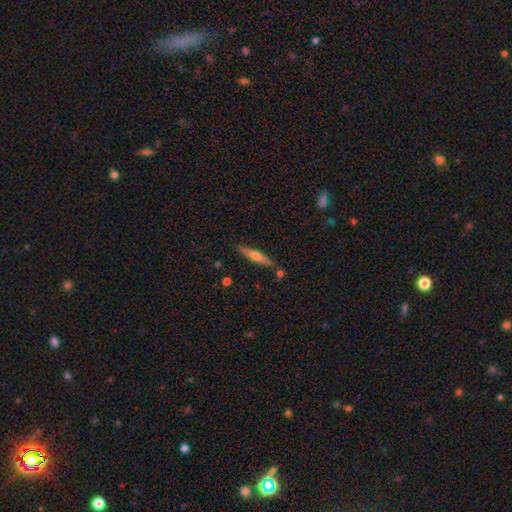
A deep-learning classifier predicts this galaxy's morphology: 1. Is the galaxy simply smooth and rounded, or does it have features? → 48% smooth, 46% featured or disk, 6% star or artifact.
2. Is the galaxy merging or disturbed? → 85% none, 10% minor disturbance, 4% merger, 2% major disturbance.